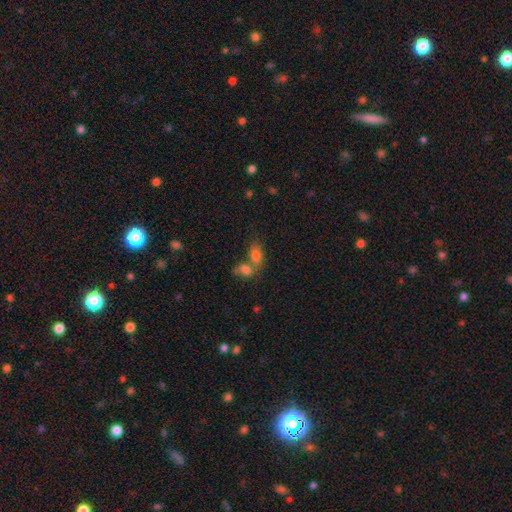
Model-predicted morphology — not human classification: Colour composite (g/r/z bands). It shows a smooth galaxy with no disk features (79%) that is in between round and cigar-shaped (83%). Merging: merger (53%).